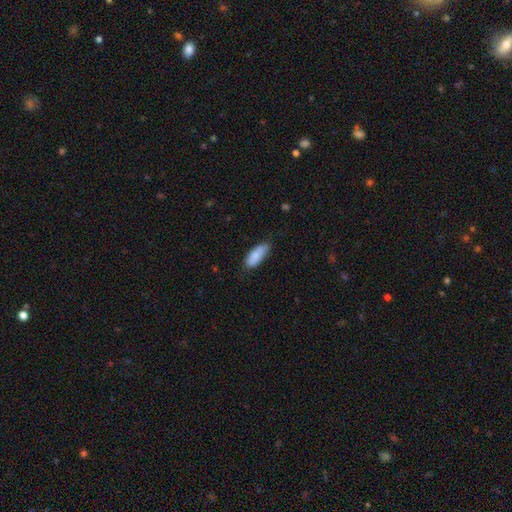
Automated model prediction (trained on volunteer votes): Smooth or featured?
  - smooth: 81% *
  - featured or disk: 13%
  - star or artifact: 6%
How rounded?
  - in between: 78% *
  - cigar-shaped: 20%
  - round: 2%
Merging?
  - none: 71% *
  - minor disturbance: 24%
  - major disturbance: 4%
  - merger: 2%